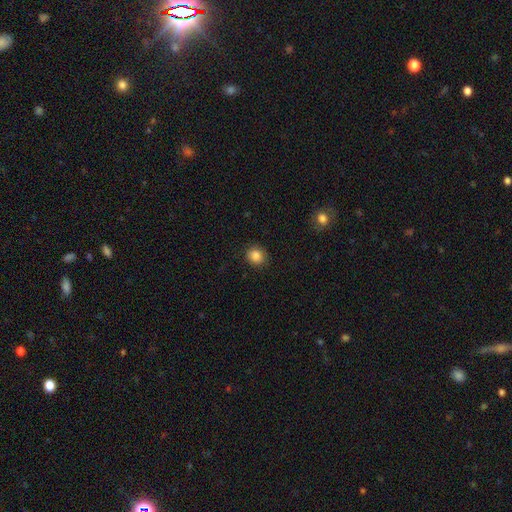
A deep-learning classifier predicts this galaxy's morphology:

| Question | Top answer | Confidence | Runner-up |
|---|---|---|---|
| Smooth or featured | smooth | 85% | star or artifact (10%) |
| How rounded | round | 83% | in between (16%) |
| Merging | none | 89% | minor disturbance (8%) |